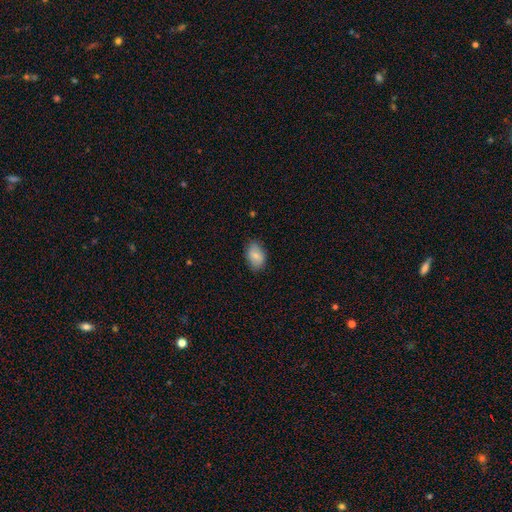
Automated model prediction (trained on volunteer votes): This appears to be a smooth galaxy with no disk features (75%) that is in between round and cigar-shaped (85%). Merging: none (80%).